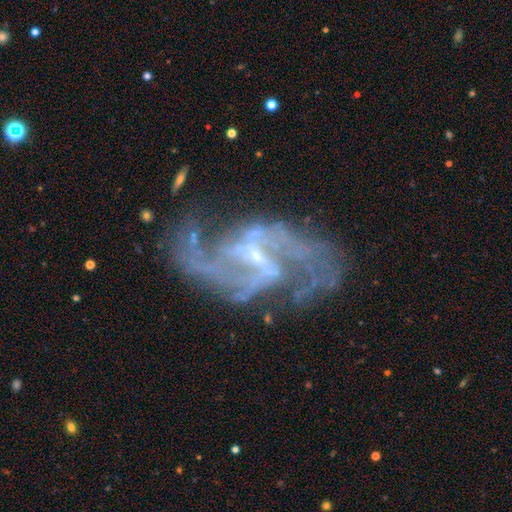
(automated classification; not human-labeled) The model was most divided on "spiral winding": loose: 46%, medium: 43%, tight: 11%. Remaining: edge-on disk — no (97%); spiral arms — yes (97%); smooth or featured — featured or disk (91%); bulge size — small (79%); spiral arm count — 2 (75%); merging — none (61%); bar — weak (49%).